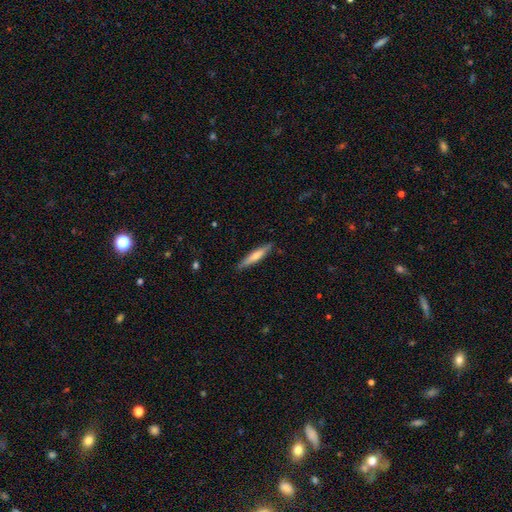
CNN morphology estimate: smooth 61%, featured or disk 33%, star or artifact 5%. Down the decision tree: how rounded — cigar-shaped (91%); merging — none (88%).